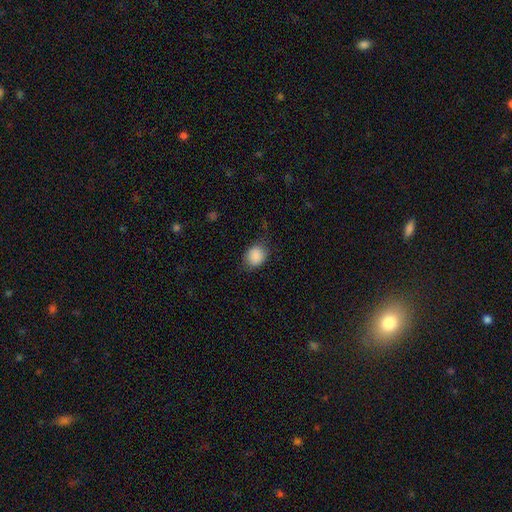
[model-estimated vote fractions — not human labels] A smooth galaxy with no disk features (88%) that is round (58%). Merging: none (71%).